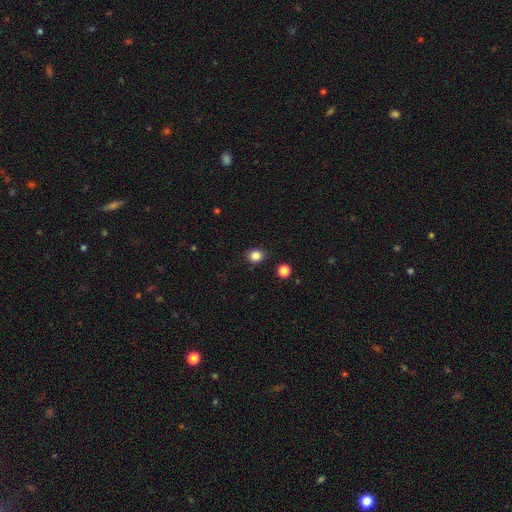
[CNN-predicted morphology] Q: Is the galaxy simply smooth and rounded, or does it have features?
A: smooth — 85%.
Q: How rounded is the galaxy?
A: round — 65%.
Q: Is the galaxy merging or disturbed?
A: none — 89%.